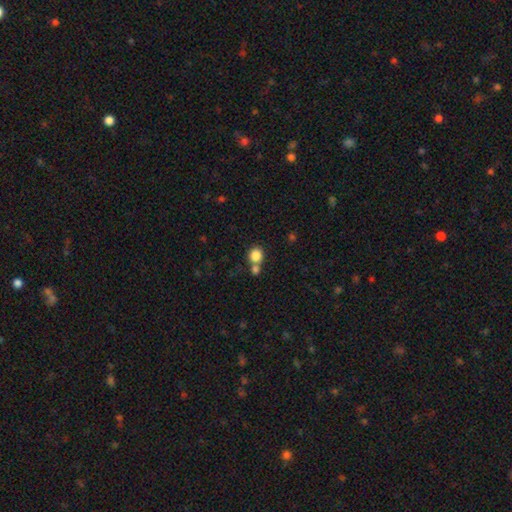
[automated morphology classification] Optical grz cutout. It shows a smooth galaxy with no disk features (84%) that is round (87%). Merging: none (58%).